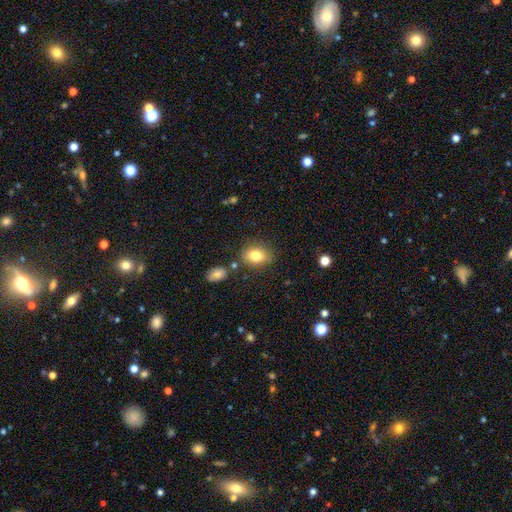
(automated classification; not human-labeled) Smooth or featured? Predicted: smooth (p=0.80). How rounded? Predicted: in between (p=0.71). Merging? Predicted: none (p=0.78).